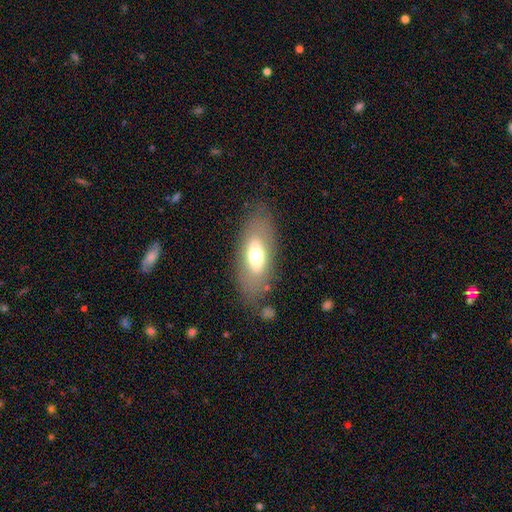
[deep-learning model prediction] Morphology: type=smooth (60%); roundness=in between (84%); merging=none (77%).